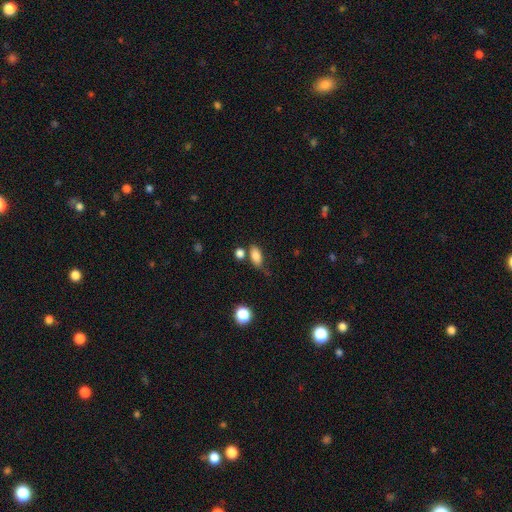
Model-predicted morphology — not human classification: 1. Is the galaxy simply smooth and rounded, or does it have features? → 83% smooth, 9% star or artifact, 8% featured or disk.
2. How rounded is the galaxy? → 87% in between, 8% round, 5% cigar-shaped.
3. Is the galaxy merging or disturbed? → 56% none, 22% minor disturbance, 14% merger, 8% major disturbance.